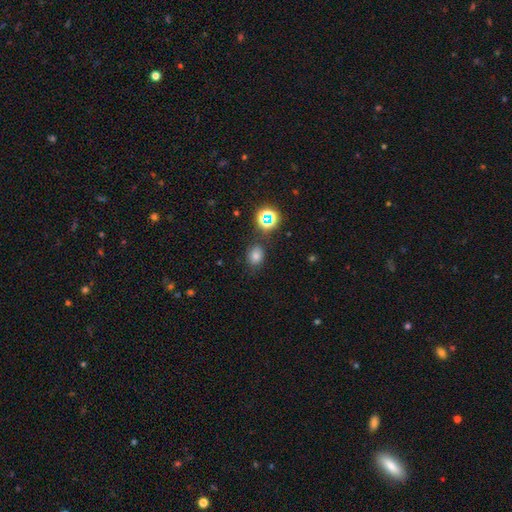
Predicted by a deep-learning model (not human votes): Q: Smooth or featured?
A: smooth (71%); runner-up: star or artifact (21%)
Q: How rounded?
A: in between (51%); runner-up: round (48%)
Q: Merging?
A: none (79%); runner-up: minor disturbance (13%)